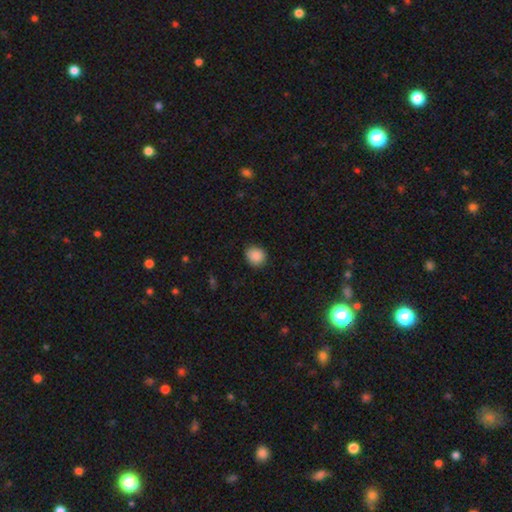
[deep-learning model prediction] Smooth or featured?
  - smooth: 89% *
  - star or artifact: 9%
  - featured or disk: 3%
How rounded?
  - round: 76% *
  - in between: 23%
  - cigar-shaped: 1%
Merging?
  - none: 85% *
  - minor disturbance: 12%
  - major disturbance: 3%
  - merger: 1%